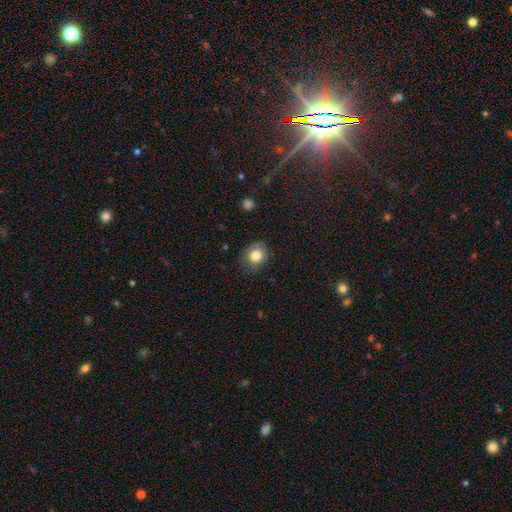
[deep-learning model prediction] Q: Smooth or featured?
A: smooth (78%); runner-up: featured or disk (13%)
Q: How rounded?
A: round (62%); runner-up: in between (38%)
Q: Merging?
A: none (75%); runner-up: minor disturbance (18%)